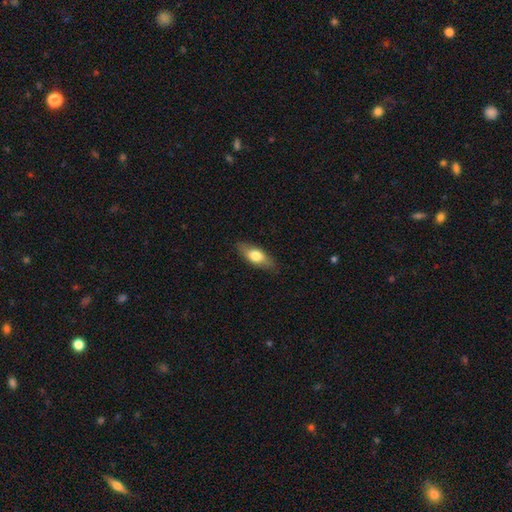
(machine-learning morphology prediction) smooth_or_featured: smooth (p=0.67) [alt: featured or disk p=0.28]
how_rounded: in between (p=0.72) [alt: cigar-shaped p=0.25]
merging: none (p=0.85) [alt: minor disturbance p=0.12]